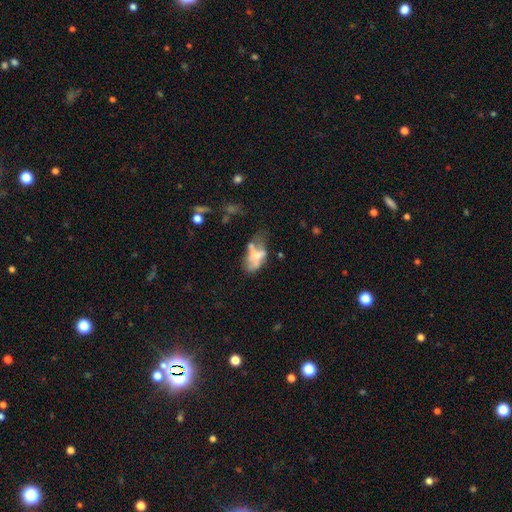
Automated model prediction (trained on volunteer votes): This appears to be a smooth galaxy with no disk features (46%). Merging: major disturbance (29%).